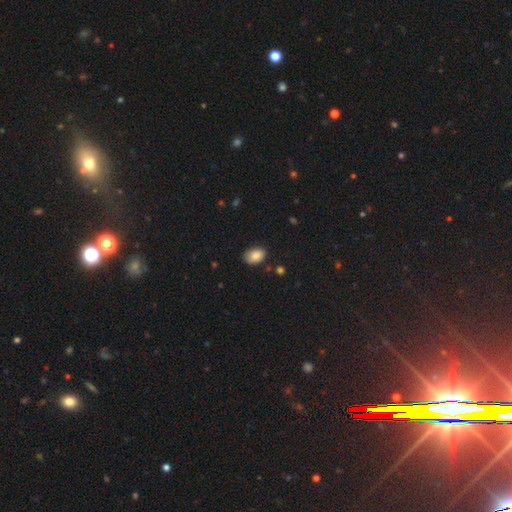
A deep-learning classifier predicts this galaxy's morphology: This appears to be a smooth galaxy with no disk features (86%) that is in between round and cigar-shaped (83%). Merging: none (79%).